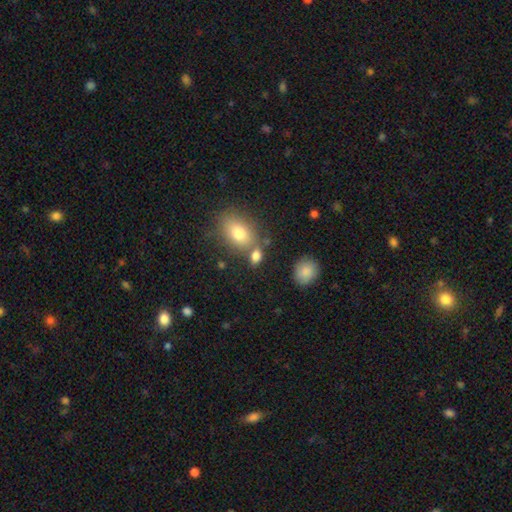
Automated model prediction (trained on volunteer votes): Smooth or featured: smooth — 80% (star or artifact — 11%)
How rounded: in between — 77% (round — 20%)
Merging: none — 57% (merger — 26%)